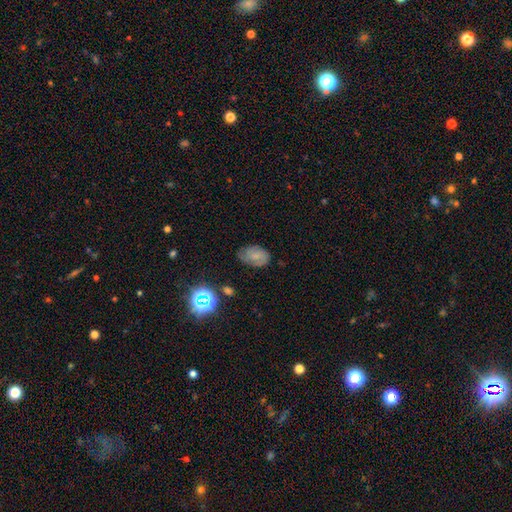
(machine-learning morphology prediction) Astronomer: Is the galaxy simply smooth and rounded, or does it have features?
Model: smooth — 59%.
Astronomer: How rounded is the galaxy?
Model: in between — 86%.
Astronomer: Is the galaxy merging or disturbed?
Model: none — 64%.